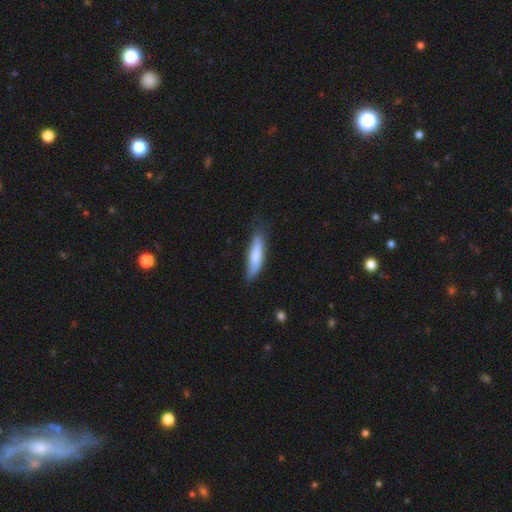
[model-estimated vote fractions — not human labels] smooth_or_featured: smooth (p=0.77) [alt: featured or disk p=0.18]
how_rounded: cigar-shaped (p=0.71) [alt: in between p=0.28]
merging: none (p=0.74) [alt: minor disturbance p=0.21]